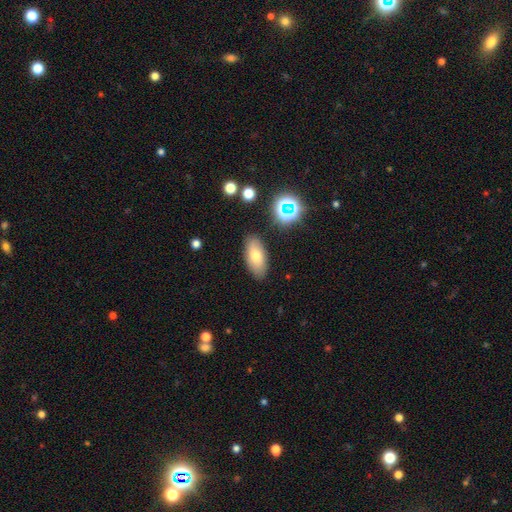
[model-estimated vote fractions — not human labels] A smooth galaxy with no disk features (72%) that is in between round and cigar-shaped (88%). Merging: none (85%).